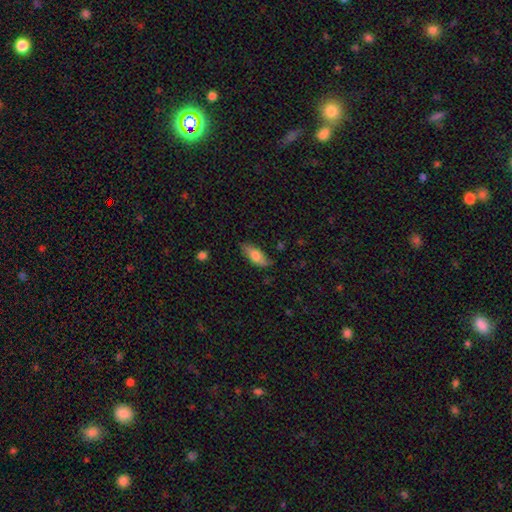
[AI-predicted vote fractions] Morphology: type=smooth (74%); roundness=in between (78%); merging=none (79%).